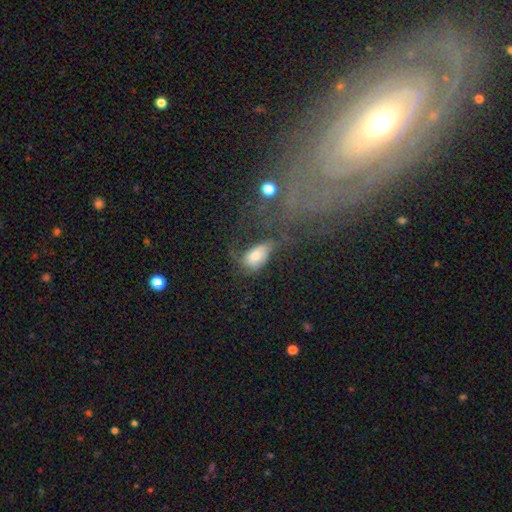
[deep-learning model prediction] Q: Smooth or featured?
A: smooth (58%); runner-up: featured or disk (31%)
Q: How rounded?
A: in between (86%); runner-up: round (10%)
Q: Merging?
A: major disturbance (45%); runner-up: none (22%)